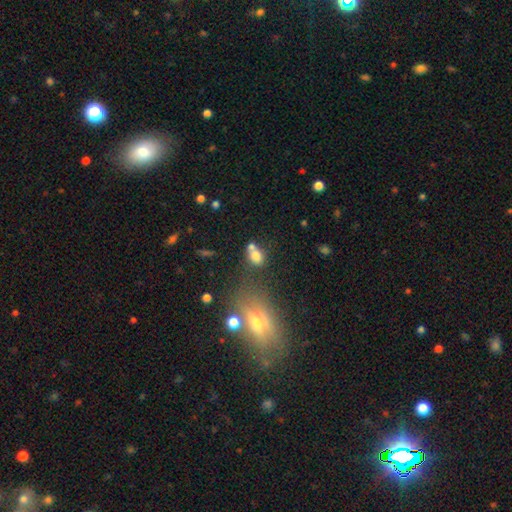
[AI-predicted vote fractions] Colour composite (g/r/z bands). It shows a smooth galaxy with no disk features (74%) that is in between round and cigar-shaped (57%). Merging: merger (43%).